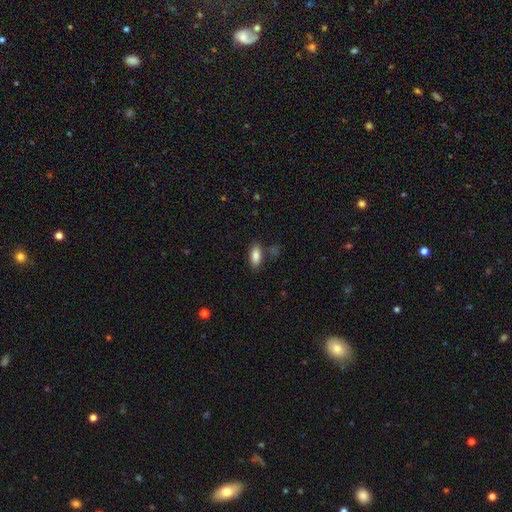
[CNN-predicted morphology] Smooth or featured? smooth (87%)
How rounded? in between (88%)
Merging? none (80%)